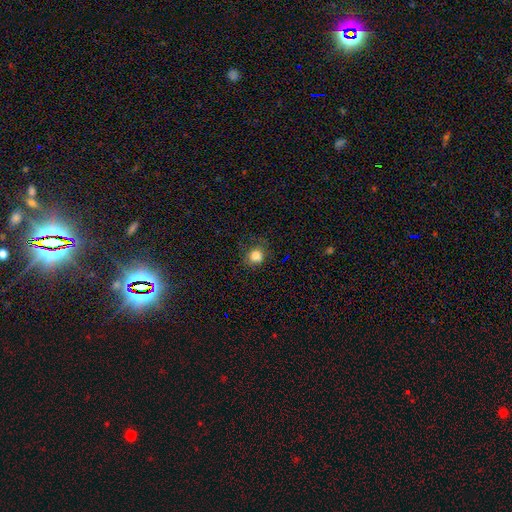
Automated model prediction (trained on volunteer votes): Morphology: type=smooth (81%); roundness=round (80%); merging=none (73%).